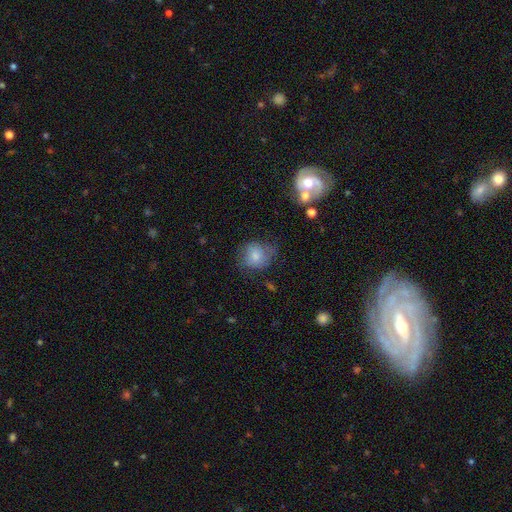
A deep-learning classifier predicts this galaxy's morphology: Smooth or featured: smooth — 75% (featured or disk — 16%)
How rounded: round — 71% (in between — 28%)
Merging: none — 50% (minor disturbance — 31%)